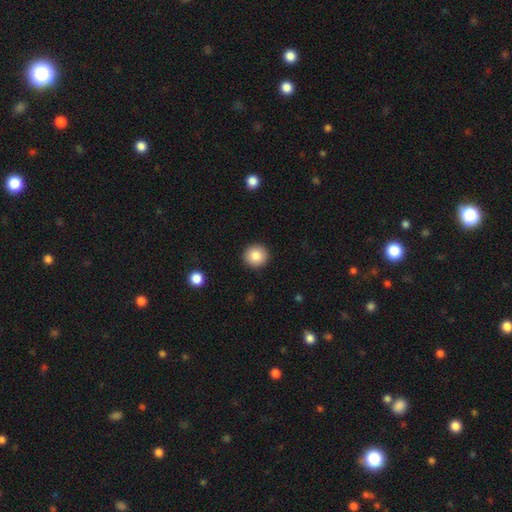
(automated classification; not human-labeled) smooth_or_featured: smooth (p=0.85) [alt: star or artifact p=0.09]
how_rounded: round (p=0.94) [alt: in between p=0.05]
merging: none (p=0.92) [alt: minor disturbance p=0.05]